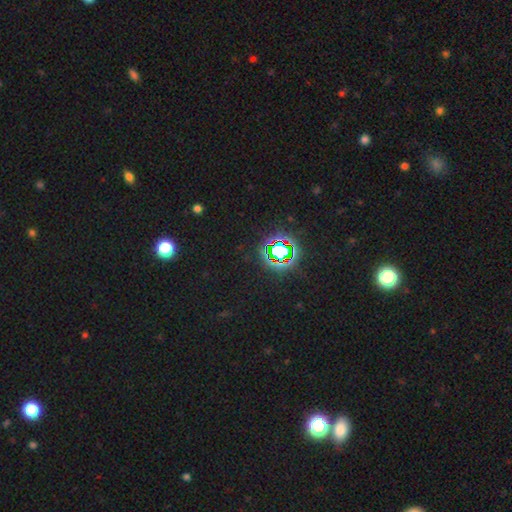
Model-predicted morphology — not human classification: star or artifact 79%, smooth 14%, featured or disk 7%.